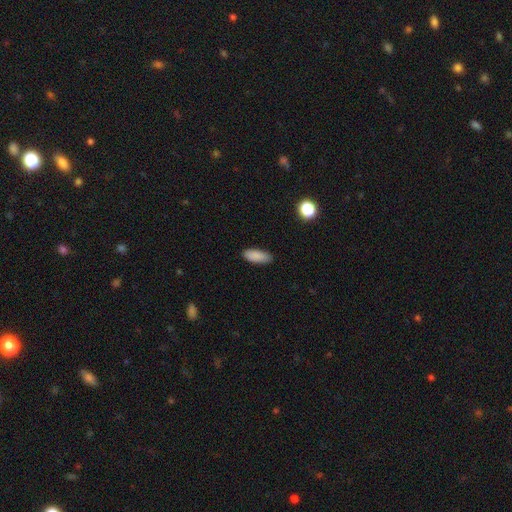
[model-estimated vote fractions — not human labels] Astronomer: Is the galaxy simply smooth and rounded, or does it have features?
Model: smooth — 88%.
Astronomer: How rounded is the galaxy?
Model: in between — 78%.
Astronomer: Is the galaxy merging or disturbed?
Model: none — 86%.